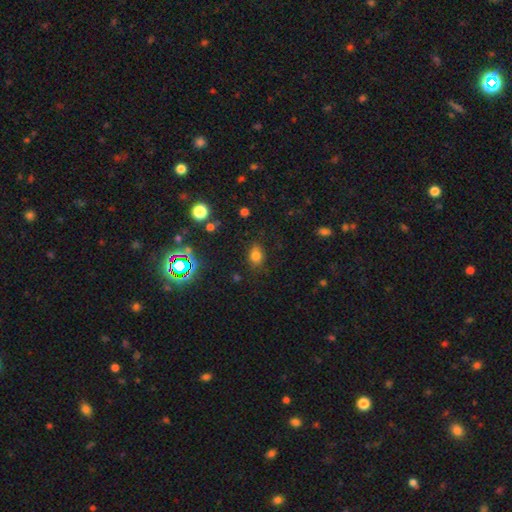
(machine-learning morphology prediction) smooth-or-featured: smooth: 72% | star or artifact: 20% | featured or disk: 8%
  how-rounded: in between: 59% | round: 39% | cigar-shaped: 2%
  merging: none: 75% | minor disturbance: 18% | major disturbance: 5% | merger: 2%